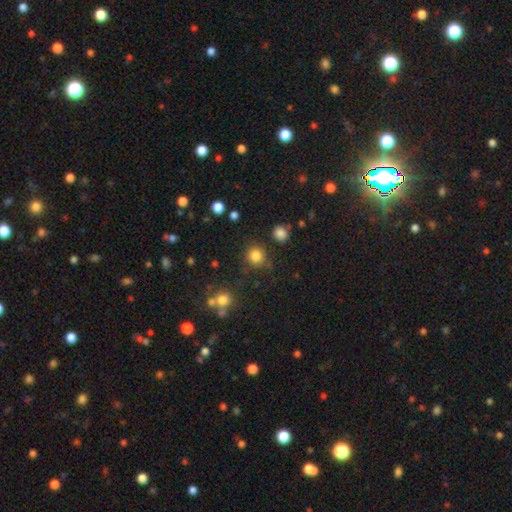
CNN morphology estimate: Smooth or featured: smooth — 83% (star or artifact — 12%)
How rounded: round — 92% (in between — 7%)
Merging: none — 81% (minor disturbance — 10%)